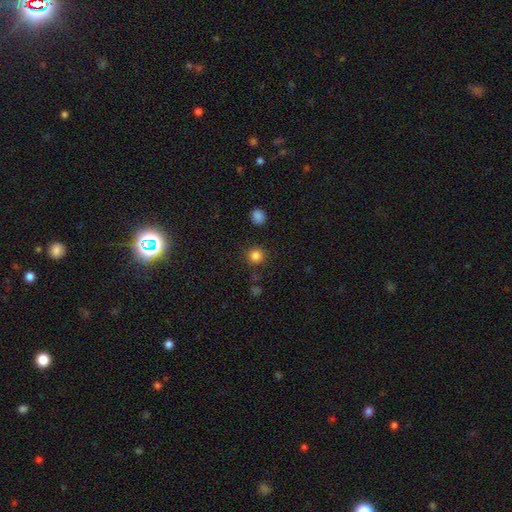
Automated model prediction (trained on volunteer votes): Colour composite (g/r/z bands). It shows a smooth galaxy with no disk features (83%) that is round (95%). Merging: none (89%).